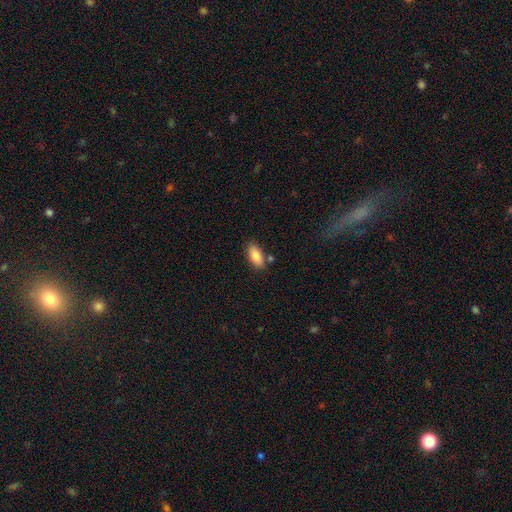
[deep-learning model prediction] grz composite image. It shows a smooth galaxy with no disk features (85%) that is in between round and cigar-shaped (90%). Merging: none (79%).